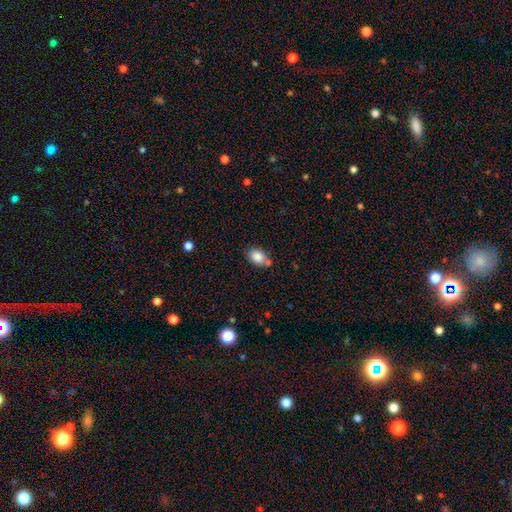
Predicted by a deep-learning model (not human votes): Smooth or featured? Predicted: smooth (p=0.85). How rounded? Predicted: in between (p=0.70). Merging? Predicted: none (p=0.66).